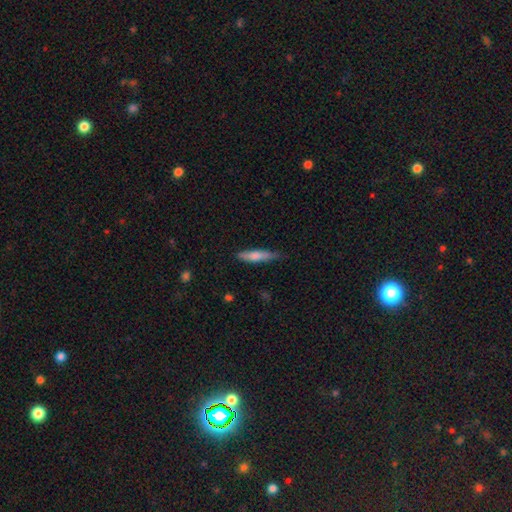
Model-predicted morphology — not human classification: smooth 69%, featured or disk 25%, star or artifact 6%. Down the decision tree: how rounded — cigar-shaped (84%); merging — none (75%).